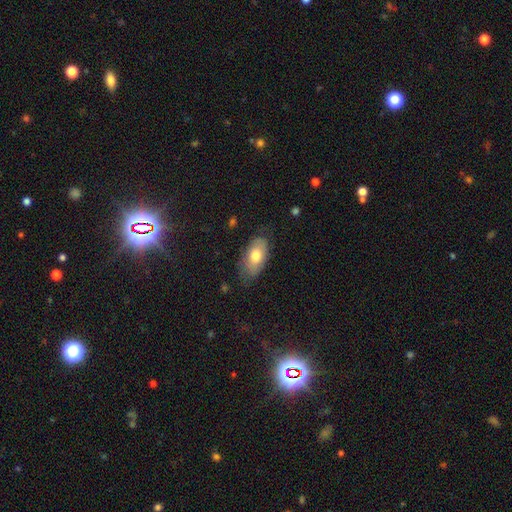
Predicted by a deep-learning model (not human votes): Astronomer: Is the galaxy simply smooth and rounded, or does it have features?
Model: smooth — 72%.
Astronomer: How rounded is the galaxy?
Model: in between — 92%.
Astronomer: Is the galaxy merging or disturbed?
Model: none — 67%.